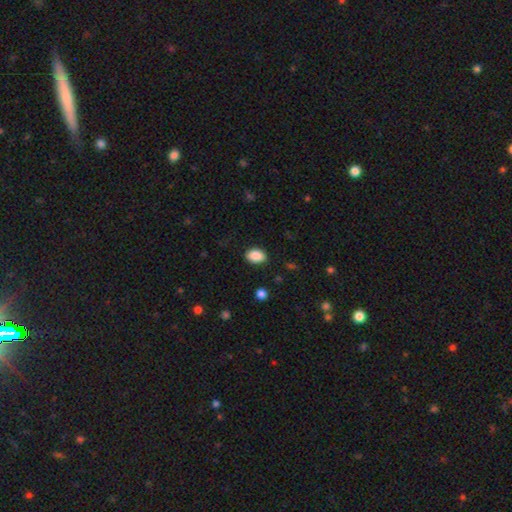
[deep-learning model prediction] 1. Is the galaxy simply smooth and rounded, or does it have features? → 89% smooth, 8% star or artifact, 3% featured or disk.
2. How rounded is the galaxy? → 82% in between, 17% round, 1% cigar-shaped.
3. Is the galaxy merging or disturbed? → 87% none, 10% minor disturbance, 3% major disturbance, 1% merger.